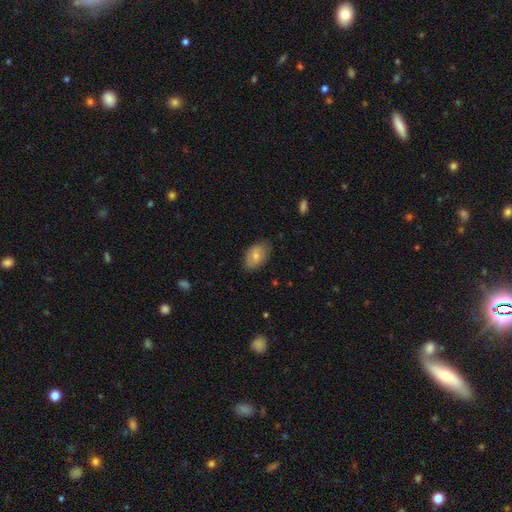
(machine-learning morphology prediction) Q: Smooth or featured?
A: smooth (68%); runner-up: featured or disk (26%)
Q: How rounded?
A: in between (89%); runner-up: round (9%)
Q: Merging?
A: none (78%); runner-up: minor disturbance (17%)